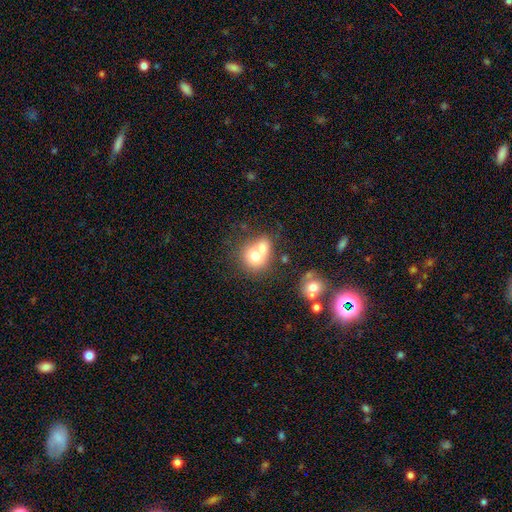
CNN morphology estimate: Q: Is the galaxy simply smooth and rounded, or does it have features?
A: smooth — 69%.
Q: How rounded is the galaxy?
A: round — 69%.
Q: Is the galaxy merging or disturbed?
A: merger — 55%.